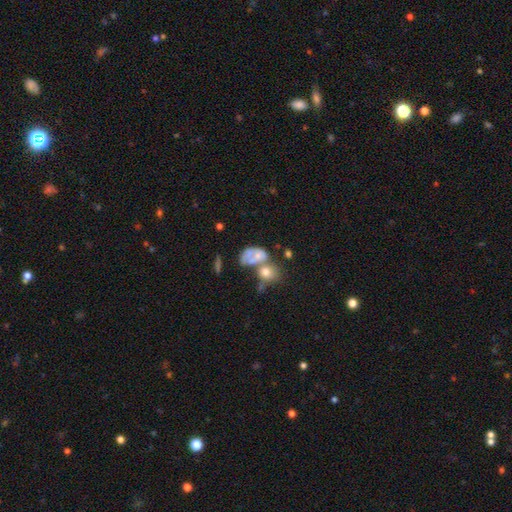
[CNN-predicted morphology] This is possibly a smooth galaxy (55%). How rounded: likely in between (75%). Merging: possibly merger (55%).